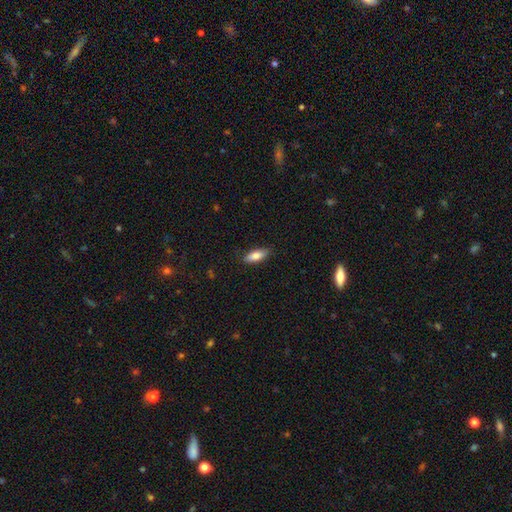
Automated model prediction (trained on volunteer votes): Smooth or featured?
  - smooth: 80% *
  - featured or disk: 13%
  - star or artifact: 7%
How rounded?
  - in between: 73% *
  - cigar-shaped: 24%
  - round: 2%
Merging?
  - none: 84% *
  - minor disturbance: 12%
  - major disturbance: 2%
  - merger: 1%